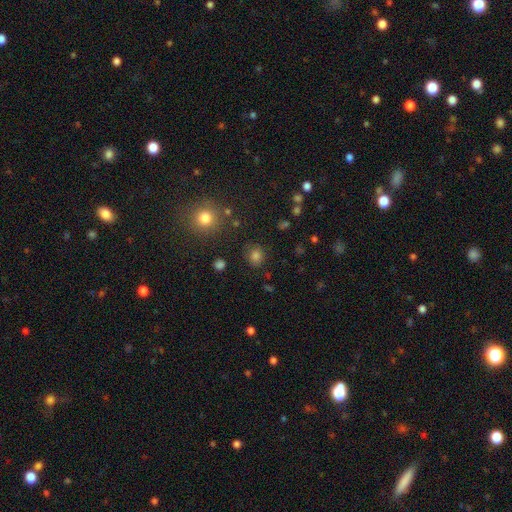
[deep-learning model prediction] This appears to be a smooth galaxy with no disk features (79%) that is round (79%). Merging: none (84%).